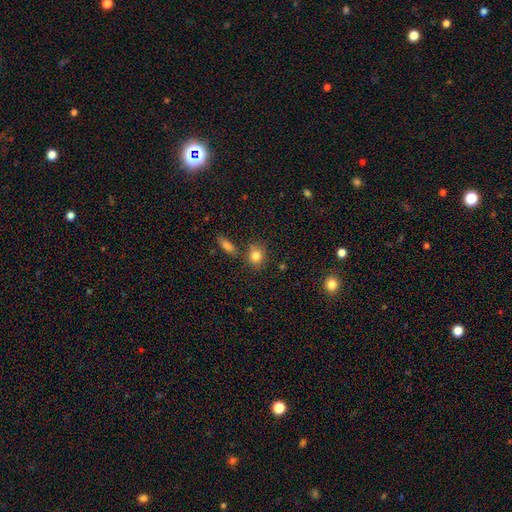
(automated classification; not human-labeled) This appears to be a smooth galaxy with no disk features (82%) that is round (71%). Merging: none (71%).